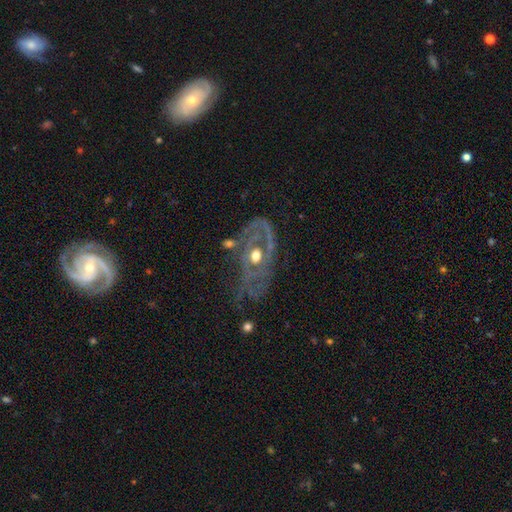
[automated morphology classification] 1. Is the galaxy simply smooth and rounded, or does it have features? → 82% featured or disk, 11% smooth, 7% star or artifact.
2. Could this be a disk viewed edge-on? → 95% no, 5% yes.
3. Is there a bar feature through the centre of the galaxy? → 75% no, 18% weak, 7% strong.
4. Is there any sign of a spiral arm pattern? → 73% yes, 27% no.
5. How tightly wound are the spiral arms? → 48% tight, 34% medium, 18% loose.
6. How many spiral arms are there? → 38% 2, 28% can't tell, 15% 1, 9% 3, 5% 4, 5% more than 4.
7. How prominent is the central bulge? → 78% moderate, 12% small, 8% large, 1% dominant, 1% none.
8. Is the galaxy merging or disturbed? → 46% none, 24% minor disturbance, 24% major disturbance, 6% merger.